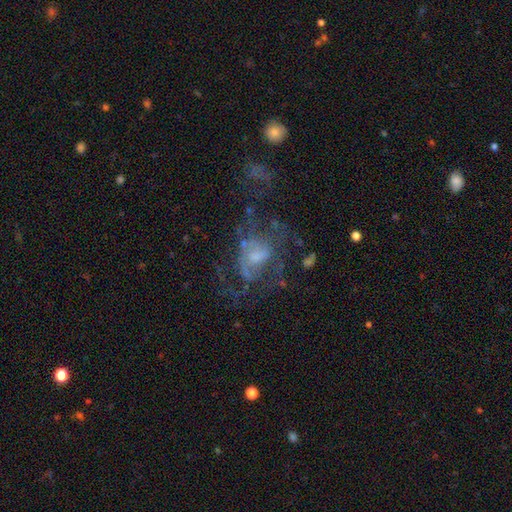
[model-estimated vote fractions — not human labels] Q: Smooth or featured?
A: featured or disk (64%); runner-up: smooth (21%)
Q: Edge-on disk?
A: no (97%); runner-up: yes (3%)
Q: Bar?
A: no (68%); runner-up: weak (27%)
Q: Spiral arms?
A: no (51%); runner-up: yes (49%)
Q: Bulge size?
A: moderate (40%); runner-up: small (32%)
Q: Merging?
A: major disturbance (39%); tied with: none (39%)